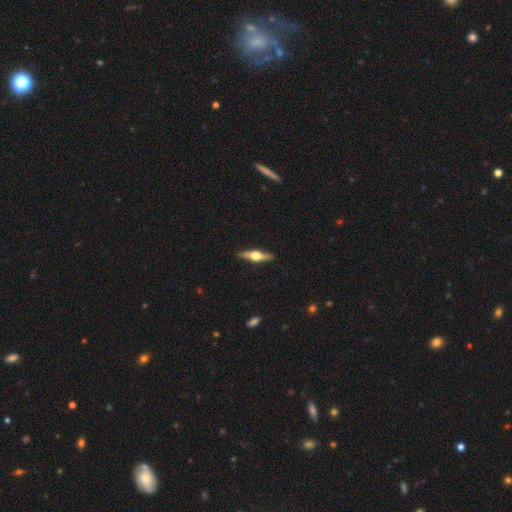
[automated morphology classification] Smooth or featured? featured or disk (71%)
Edge-on disk? yes (97%)
Edge-on bulge? rounded (96%)
Merging? none (91%)